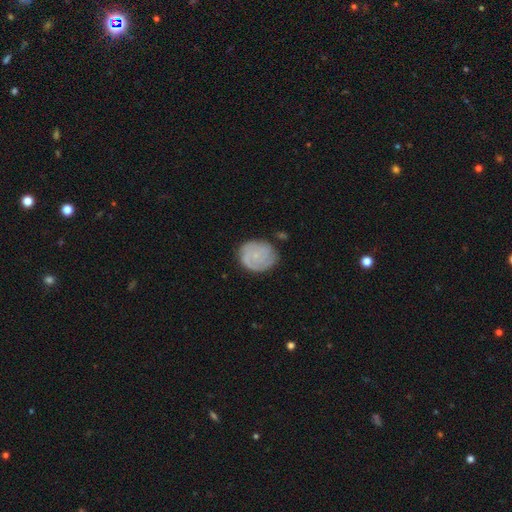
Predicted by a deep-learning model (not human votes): The model was most divided on "spiral arm count": can't tell: 32%, 2: 31%, 3: 19%, 1: 8%, 4: 6%, more than 4: 4%. More confident: edge-on disk — no (98%); spiral arms — yes (88%); bar — no (77%); bulge size — small (76%); merging — none (74%); spiral winding — tight (67%); smooth or featured — featured or disk (60%).